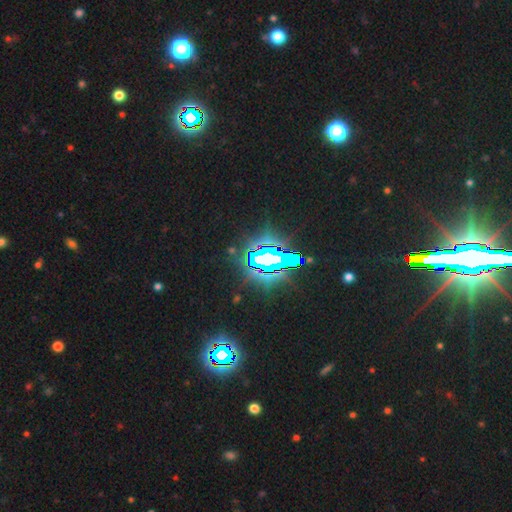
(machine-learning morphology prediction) This is clearly a star or artifact rather than a galaxy (85%).